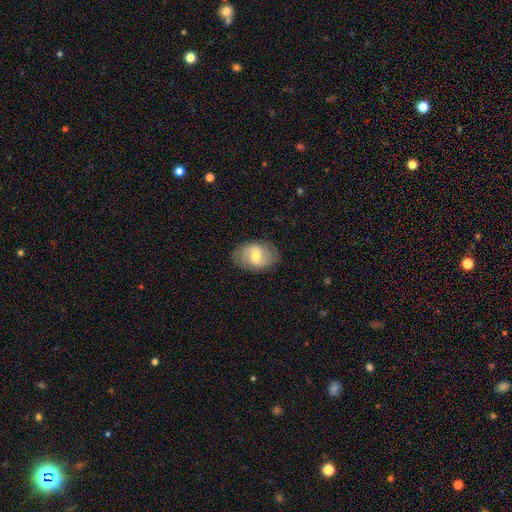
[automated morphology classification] smooth_or_featured: featured or disk (p=0.54) [alt: smooth p=0.39]
disk_edge_on: no (p=0.95) [alt: yes p=0.05]
bar: weak (p=0.52) [alt: no p=0.31]
has_spiral_arms: yes (p=0.73) [alt: no p=0.27]
bulge_size: moderate (p=0.64) [alt: small p=0.29]
merging: none (p=0.82) [alt: minor disturbance p=0.13]